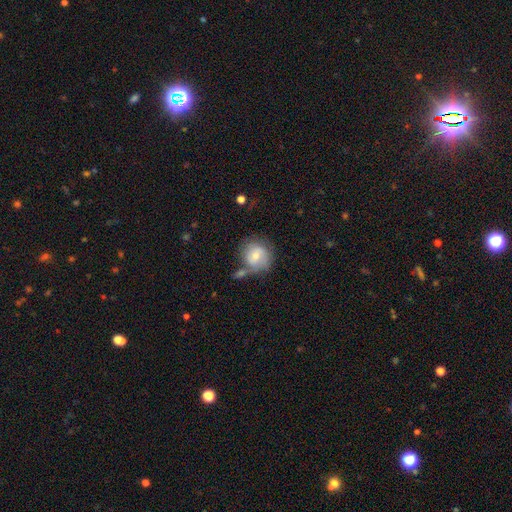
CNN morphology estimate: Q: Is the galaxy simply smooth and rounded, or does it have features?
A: smooth — 54%.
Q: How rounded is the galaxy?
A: round — 83%.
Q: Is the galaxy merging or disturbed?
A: none — 45%.